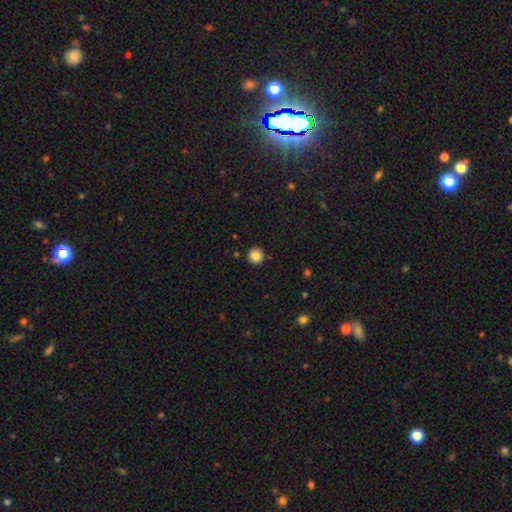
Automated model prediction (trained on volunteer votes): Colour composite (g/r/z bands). It shows a smooth galaxy with no disk features (85%) that is round (96%). Merging: none (92%).